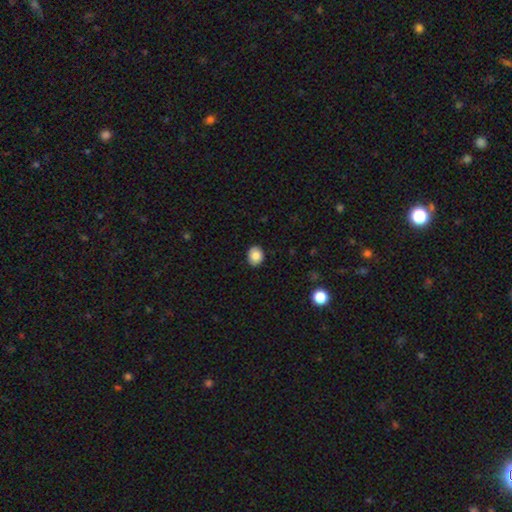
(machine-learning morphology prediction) A smooth galaxy with no disk features (84%) that is round (63%).

Vote fractions:
- Smooth or featured? smooth: 84% / star or artifact: 9% / featured or disk: 8%
- How rounded? round: 63% / in between: 36% / cigar-shaped: 1%
- Merging? none: 89% / minor disturbance: 8% / major disturbance: 2% / merger: 1%